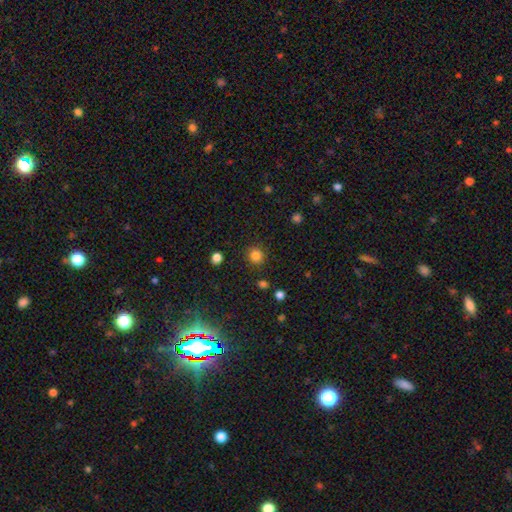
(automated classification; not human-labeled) Smooth or featured?
  - smooth: 83% *
  - star or artifact: 13%
  - featured or disk: 4%
How rounded?
  - round: 92% *
  - in between: 7%
  - cigar-shaped: 1%
Merging?
  - none: 89% *
  - minor disturbance: 7%
  - major disturbance: 2%
  - merger: 2%